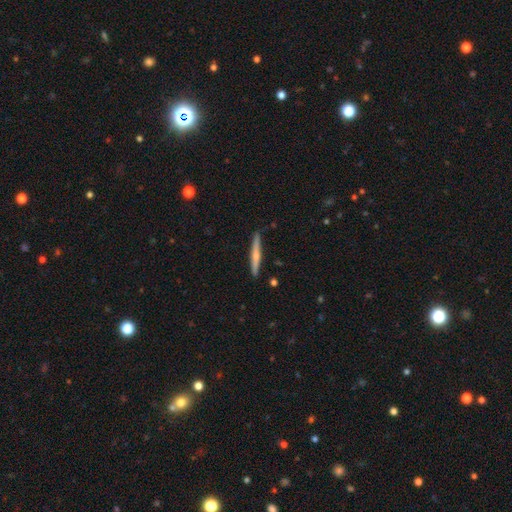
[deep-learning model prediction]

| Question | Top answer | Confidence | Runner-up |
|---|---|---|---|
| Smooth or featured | featured or disk | 51% | smooth (44%) |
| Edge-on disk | yes | 97% | no (3%) |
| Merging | none | 89% | minor disturbance (8%) |